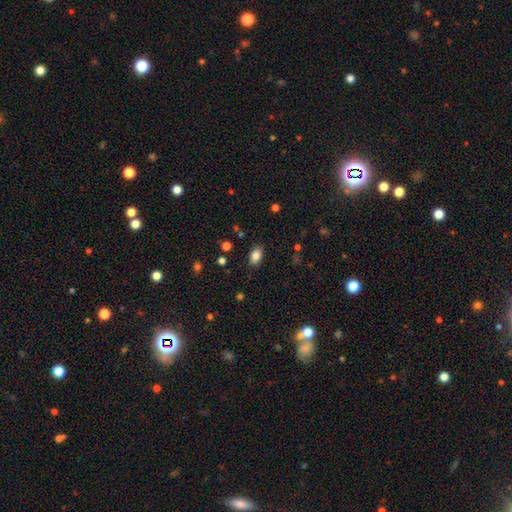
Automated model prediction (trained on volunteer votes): This is clearly a smooth galaxy (84%). How rounded: clearly in between (88%). Merging: clearly none (86%).